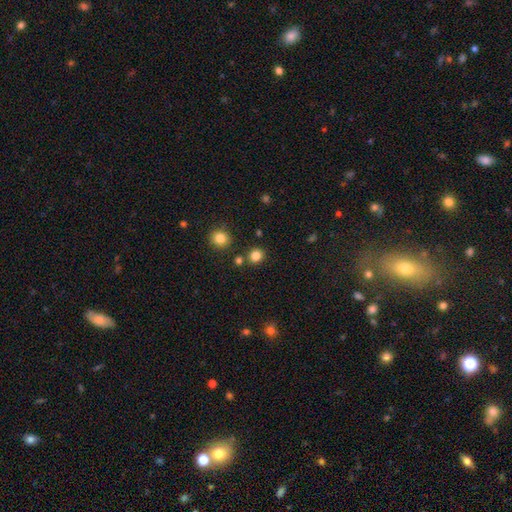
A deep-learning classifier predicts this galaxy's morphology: smooth_or_featured: smooth (p=0.83) [alt: star or artifact p=0.12]
how_rounded: round (p=0.82) [alt: in between p=0.17]
merging: none (p=0.84) [alt: minor disturbance p=0.07]